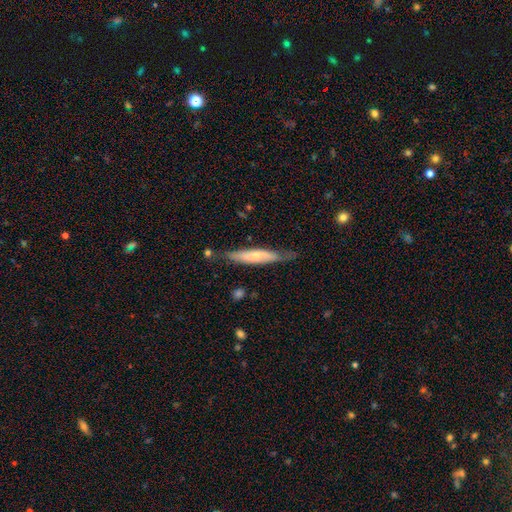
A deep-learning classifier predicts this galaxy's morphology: The model was most divided on "smooth or featured": featured or disk: 48%, smooth: 46%, star or artifact: 6%. More confident: merging — none (69%).